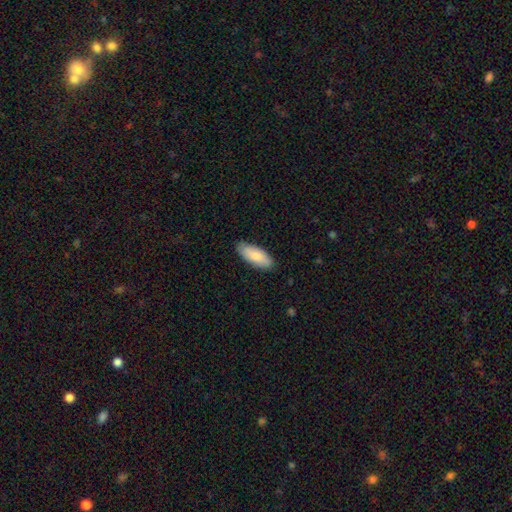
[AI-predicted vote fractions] A smooth galaxy with no disk features (82%) that is in between round and cigar-shaped (80%). Merging: none (86%).